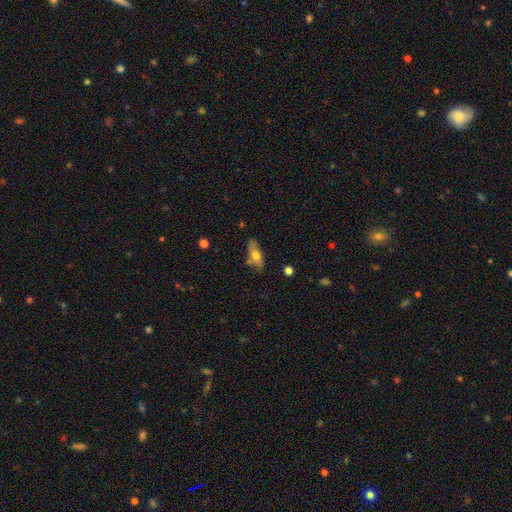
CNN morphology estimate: smooth 64%, featured or disk 28%, star or artifact 7%. Down the decision tree: how rounded — in between (69%); merging — none (66%).